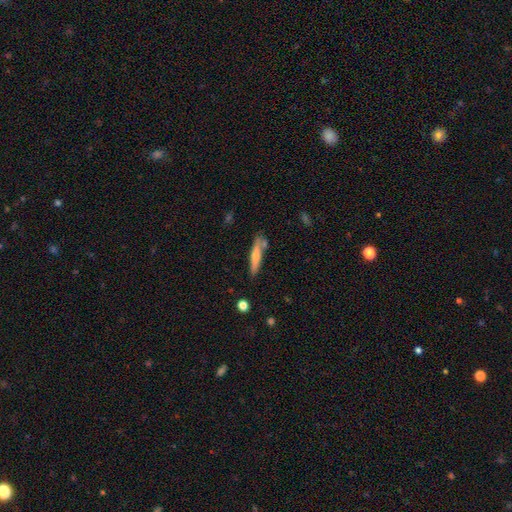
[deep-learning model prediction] Q: Smooth or featured?
A: smooth (59%); runner-up: featured or disk (35%)
Q: How rounded?
A: cigar-shaped (88%); runner-up: in between (11%)
Q: Merging?
A: none (70%); runner-up: minor disturbance (16%)